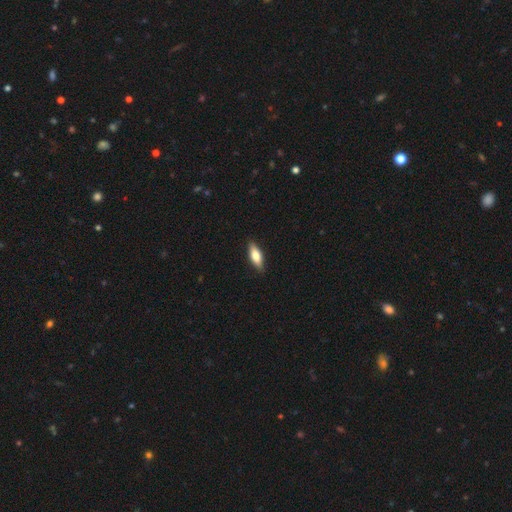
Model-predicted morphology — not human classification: Smooth or featured? smooth (74%)
How rounded? in between (65%)
Merging? none (88%)